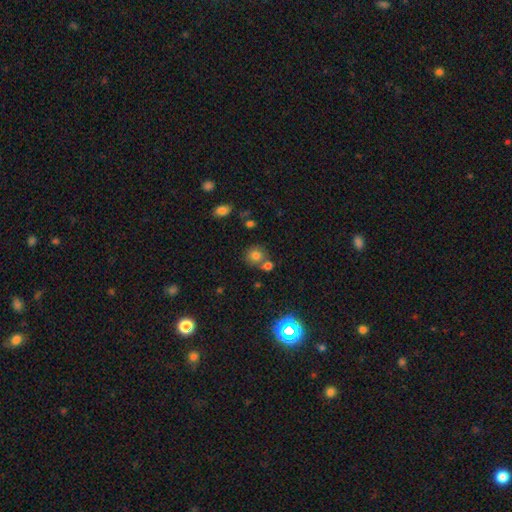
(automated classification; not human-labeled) This is likely a smooth galaxy (76%). How rounded: clearly round (81%). Merging: possibly none (58%).